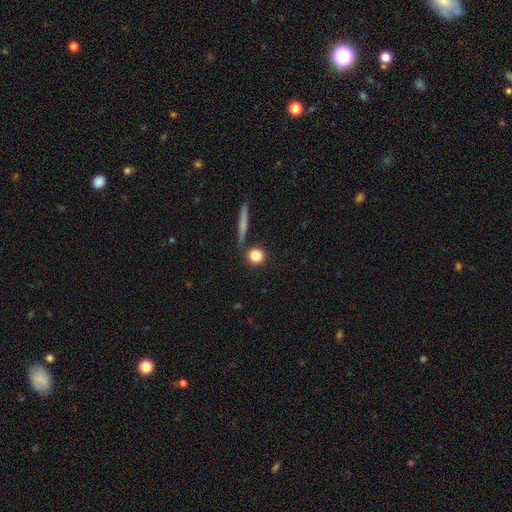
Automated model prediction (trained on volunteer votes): Smooth or featured: smooth — 83% (star or artifact — 9%)
How rounded: round — 83% (in between — 11%)
Merging: none — 78% (minor disturbance — 10%)